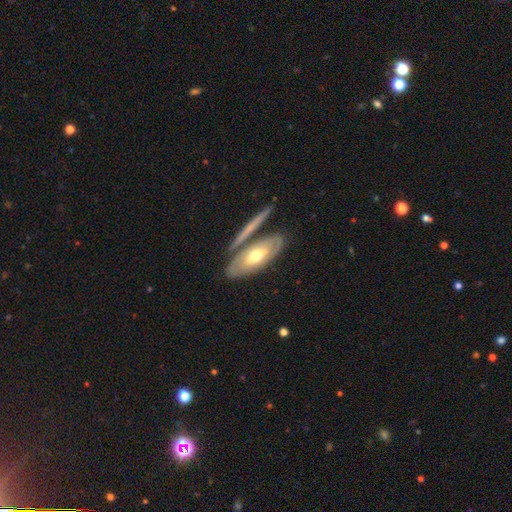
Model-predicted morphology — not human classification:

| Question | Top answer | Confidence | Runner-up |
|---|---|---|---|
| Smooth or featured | featured or disk | 55% | smooth (40%) |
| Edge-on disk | no | 72% | yes (28%) |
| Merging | none | 68% | minor disturbance (14%) |